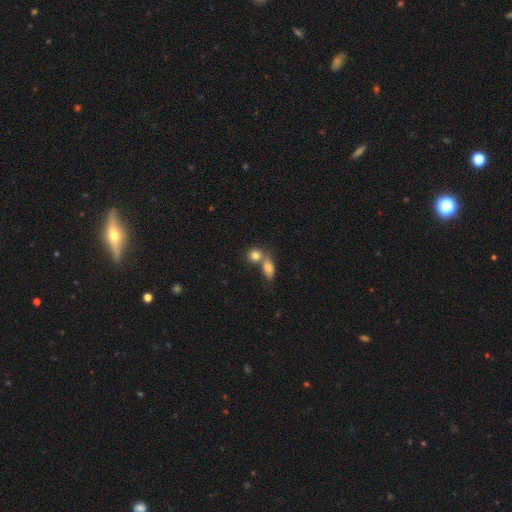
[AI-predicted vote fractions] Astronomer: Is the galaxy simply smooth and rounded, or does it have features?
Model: smooth — 81%.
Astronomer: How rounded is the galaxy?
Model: round — 62%.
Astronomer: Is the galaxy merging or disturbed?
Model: merger — 55% (runner-up: none, 35%).